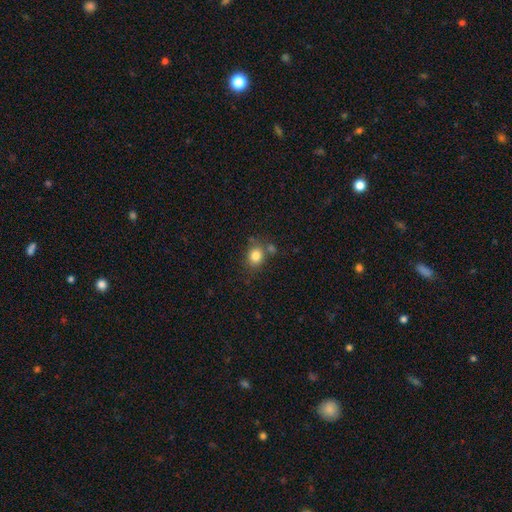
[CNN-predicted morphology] This is clearly a smooth galaxy (82%). How rounded: likely round (66%). Merging: likely none (68%).